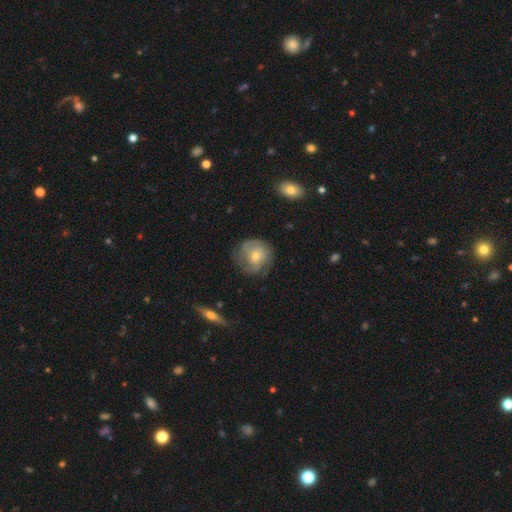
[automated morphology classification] This is likely a featured or disk galaxy (62%). It is clearly not viewed edge-on (97%). Bar: likely no (73%). Spiral arm pattern: clearly yes (82%). Central bulge: possibly moderate (52%). Merging: likely none (68%).